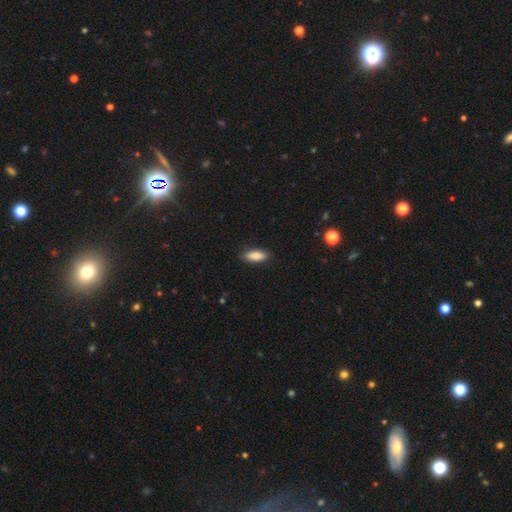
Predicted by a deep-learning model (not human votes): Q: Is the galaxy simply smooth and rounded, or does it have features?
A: smooth — 85%.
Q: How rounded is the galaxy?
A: in between — 76%.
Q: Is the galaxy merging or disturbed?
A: none — 85%.